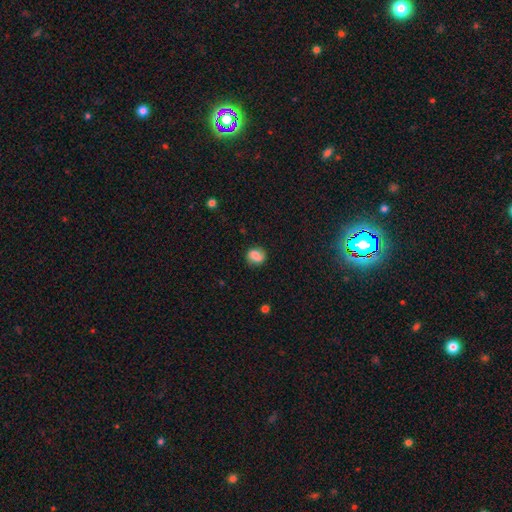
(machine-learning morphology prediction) Q: Smooth or featured?
A: smooth (75%); runner-up: featured or disk (16%)
Q: How rounded?
A: round (62%); runner-up: in between (37%)
Q: Merging?
A: none (81%); runner-up: minor disturbance (13%)